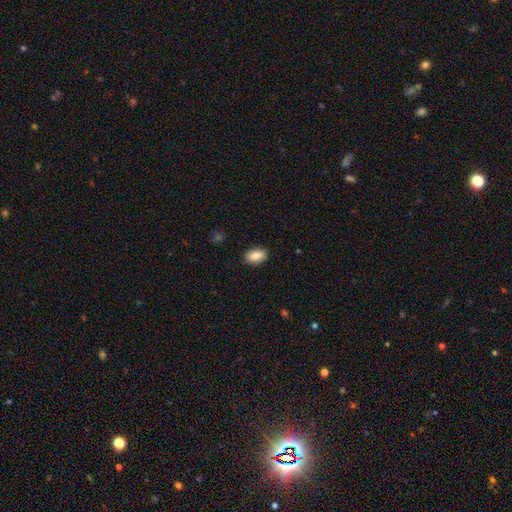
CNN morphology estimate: Smooth or featured? Predicted: smooth (p=0.86). How rounded? Predicted: in between (p=0.91). Merging? Predicted: none (p=0.90).